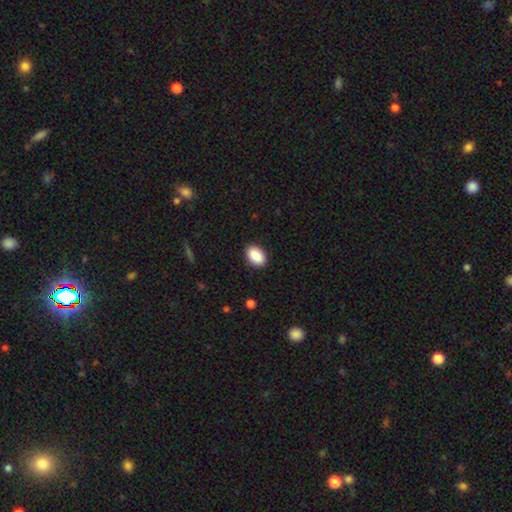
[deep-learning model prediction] Overall: smooth (90%). How rounded: in between (88%). Merging: none (89%).